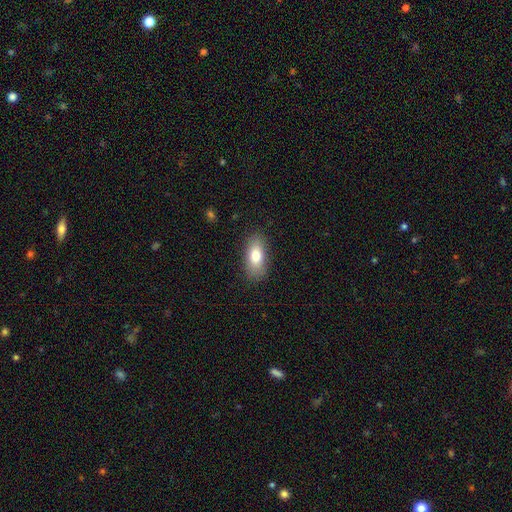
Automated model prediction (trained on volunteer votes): Overall: smooth (77%). How rounded: in between (85%). Merging: none (85%).